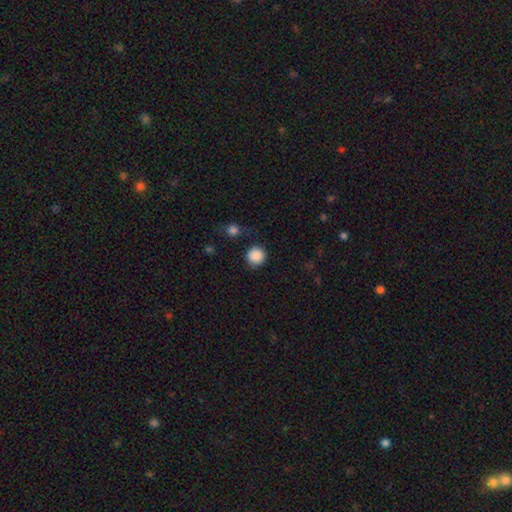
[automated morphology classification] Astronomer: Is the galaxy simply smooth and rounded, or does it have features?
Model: smooth — 88%.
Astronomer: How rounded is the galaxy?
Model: round — 94%.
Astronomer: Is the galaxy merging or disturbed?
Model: none — 85%.